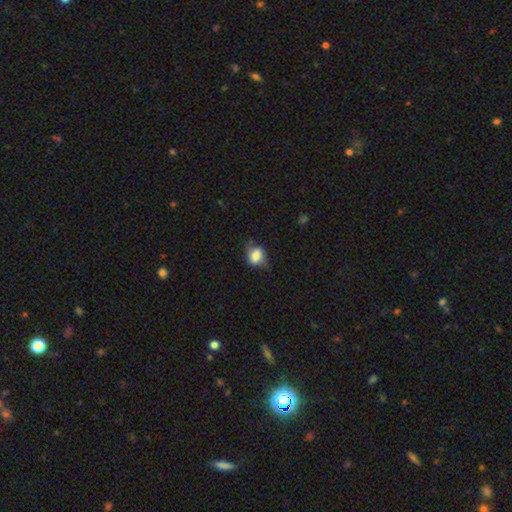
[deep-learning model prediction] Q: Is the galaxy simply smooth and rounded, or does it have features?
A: smooth — 74%.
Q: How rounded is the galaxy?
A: in between — 62%.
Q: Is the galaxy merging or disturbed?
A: none — 57%.